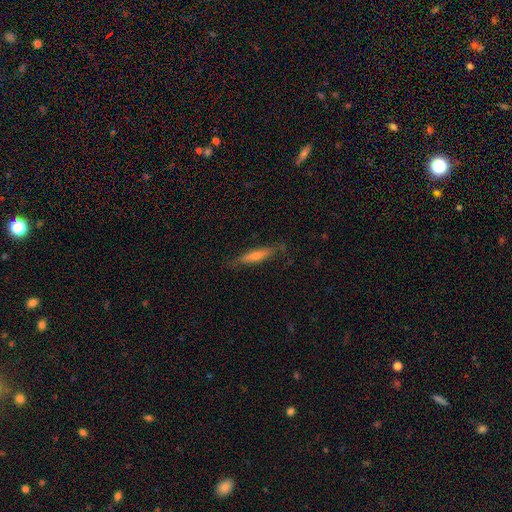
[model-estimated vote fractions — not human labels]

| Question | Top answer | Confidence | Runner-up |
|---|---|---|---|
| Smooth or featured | featured or disk | 53% | smooth (37%) |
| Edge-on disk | yes | 83% | no (17%) |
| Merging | none | 78% | minor disturbance (16%) |